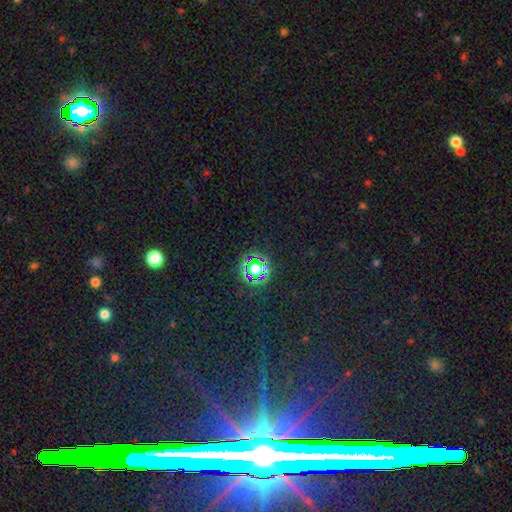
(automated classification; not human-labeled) smooth-or-featured: star or artifact: 76% | smooth: 14% | featured or disk: 11%